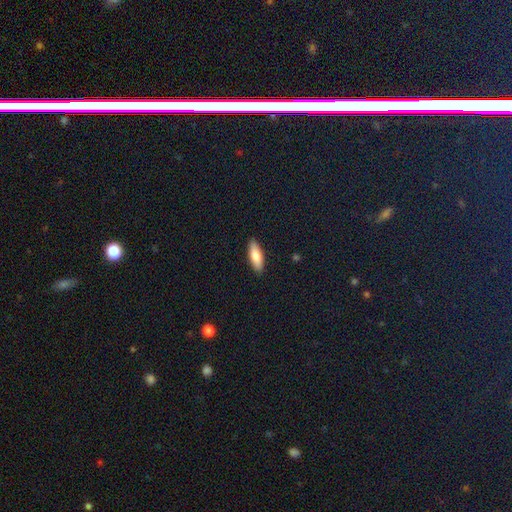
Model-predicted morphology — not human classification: A smooth galaxy with no disk features (80%) that is in between round and cigar-shaped (59%).

Vote fractions:
- Smooth or featured? smooth: 80% / featured or disk: 14% / star or artifact: 6%
- How rounded? in between: 59% / cigar-shaped: 39% / round: 2%
- Merging? none: 90% / minor disturbance: 8% / major disturbance: 2% / merger: 1%